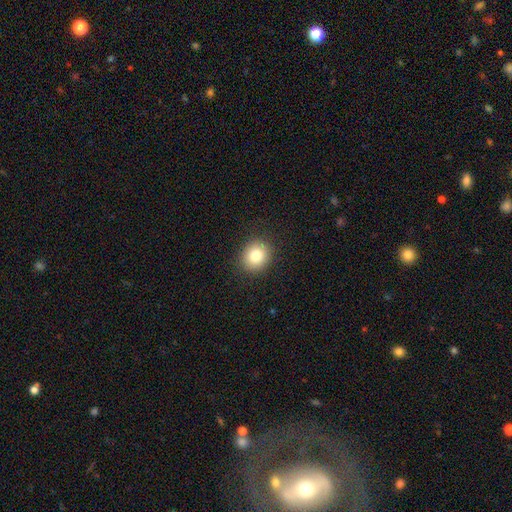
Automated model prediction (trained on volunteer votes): Overall: smooth (81%). How rounded: round (76%). Merging: none (89%).